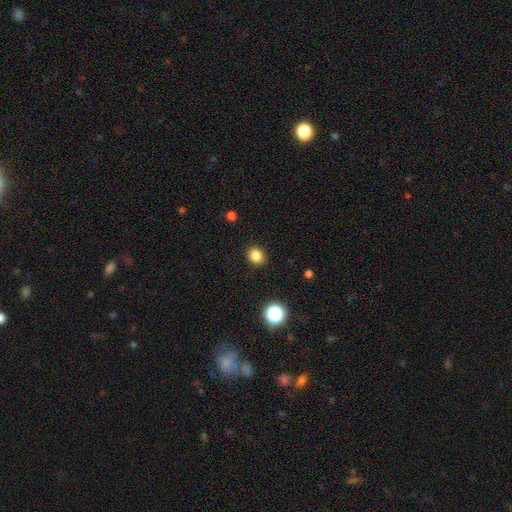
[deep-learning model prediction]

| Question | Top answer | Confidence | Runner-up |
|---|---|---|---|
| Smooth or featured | smooth | 84% | star or artifact (12%) |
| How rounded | round | 75% | in between (24%) |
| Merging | none | 90% | minor disturbance (7%) |